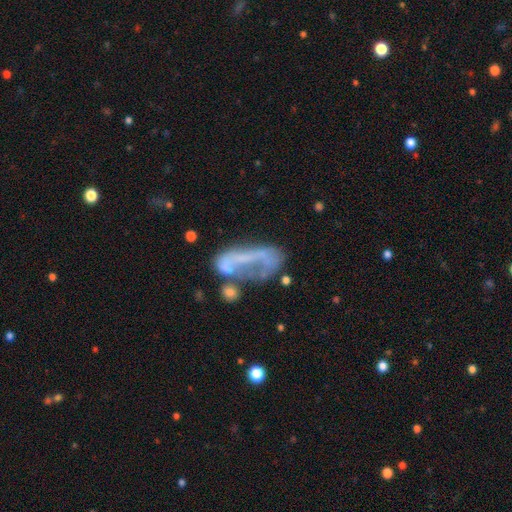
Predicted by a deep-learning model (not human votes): smooth-or-featured: featured or disk: 53% | smooth: 35% | star or artifact: 12%
  disk-edge-on: no: 92% | yes: 8%
  merging: major disturbance: 36% | none: 24% | merger: 23% | minor disturbance: 17%